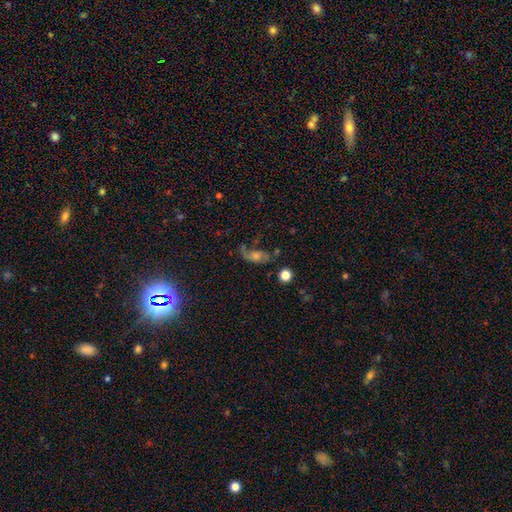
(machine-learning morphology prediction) A featured or disk galaxy (57%) with no bar (74%), spiral arms (81%) and a moderate central bulge (49%).

Vote fractions:
- Smooth or featured? featured or disk: 57% / smooth: 24% / star or artifact: 19%
- Edge-on disk? no: 91% / yes: 9%
- Bar? no: 74% / weak: 21% / strong: 5%
- Spiral arms? yes: 81% / no: 19%
- Bulge size? moderate: 49% / small: 28% / large: 12% / none: 7% / dominant: 3%
- Merging? none: 47% / major disturbance: 26% / minor disturbance: 21% / merger: 6%